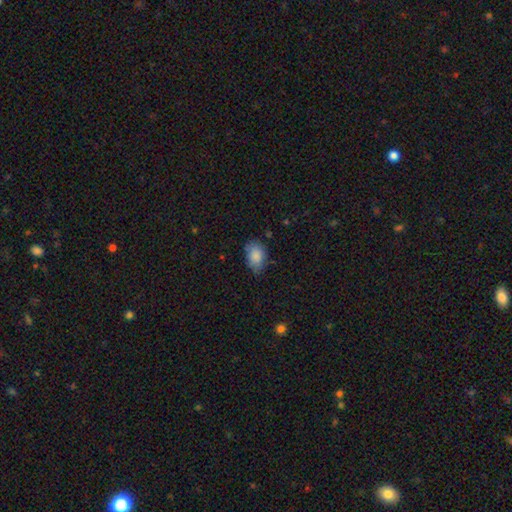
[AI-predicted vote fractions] A smooth galaxy with no disk features (86%) that is in between round and cigar-shaped (87%). Merging: none (70%).